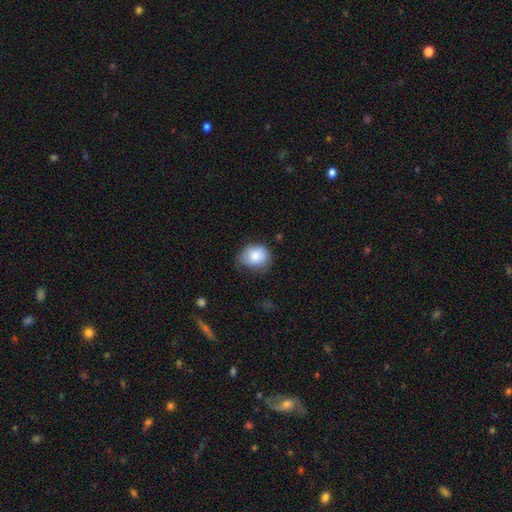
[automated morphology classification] smooth_or_featured: smooth (p=0.82) [alt: featured or disk p=0.10]
how_rounded: round (p=0.54) [alt: in between p=0.45]
merging: none (p=0.50) [alt: minor disturbance p=0.39]